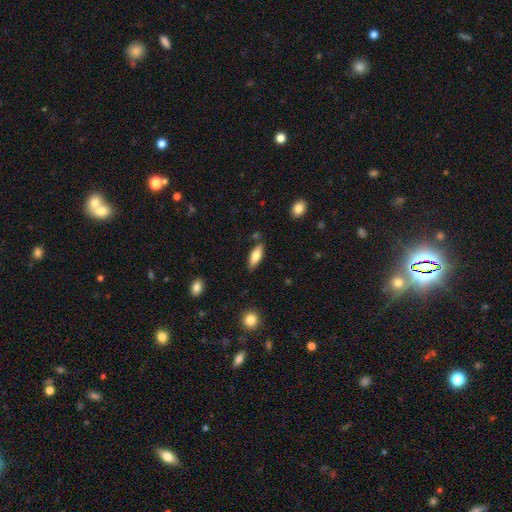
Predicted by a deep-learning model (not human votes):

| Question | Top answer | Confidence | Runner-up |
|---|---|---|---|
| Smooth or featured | smooth | 75% | featured or disk (19%) |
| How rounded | in between | 66% | cigar-shaped (32%) |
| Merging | none | 82% | minor disturbance (12%) |